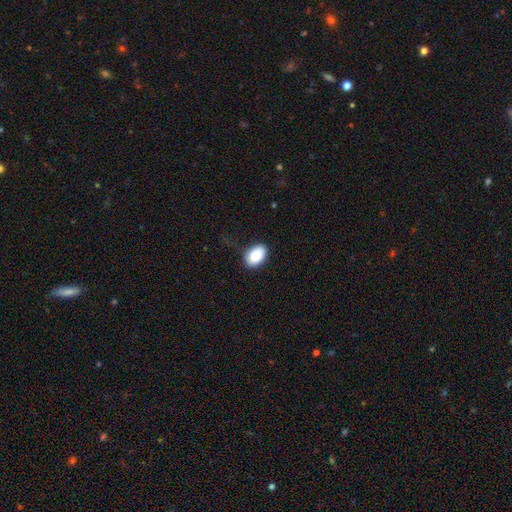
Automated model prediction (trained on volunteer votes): Smooth or featured?
  - smooth: 85% *
  - featured or disk: 8%
  - star or artifact: 7%
How rounded?
  - in between: 88% *
  - round: 11%
  - cigar-shaped: 1%
Merging?
  - none: 72% *
  - minor disturbance: 21%
  - major disturbance: 5%
  - merger: 1%